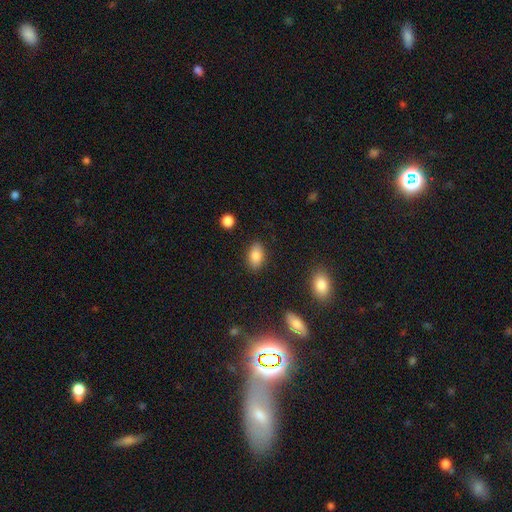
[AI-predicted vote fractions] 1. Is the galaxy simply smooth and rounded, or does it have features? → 84% smooth, 9% star or artifact, 8% featured or disk.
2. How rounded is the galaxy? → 89% in between, 8% round, 2% cigar-shaped.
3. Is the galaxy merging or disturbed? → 86% none, 9% minor disturbance, 3% major disturbance, 2% merger.